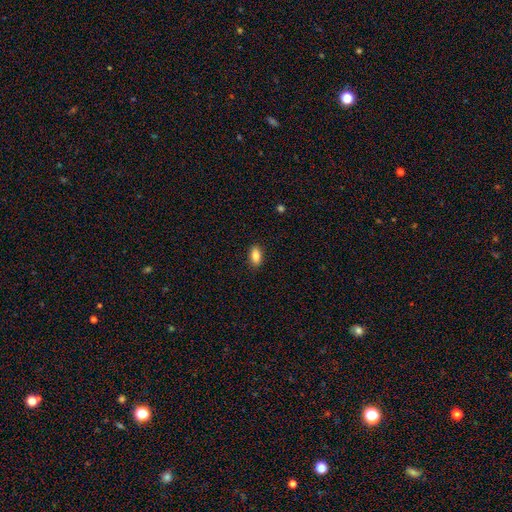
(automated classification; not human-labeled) Q: Smooth or featured?
A: smooth (86%); runner-up: star or artifact (8%)
Q: How rounded?
A: in between (89%); runner-up: cigar-shaped (6%)
Q: Merging?
A: none (89%); runner-up: minor disturbance (8%)